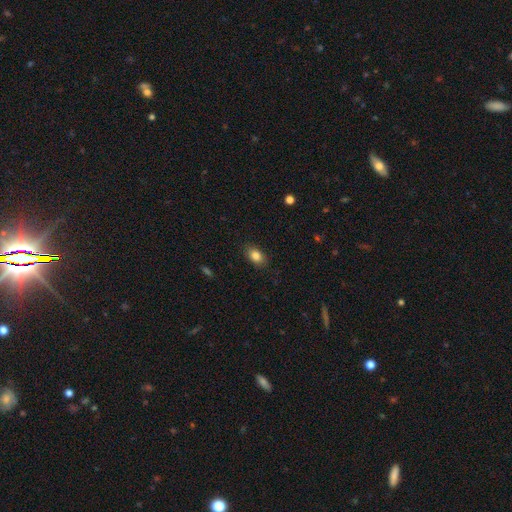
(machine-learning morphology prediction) The model was most divided on "how rounded": in between: 82%, round: 16%, cigar-shaped: 2%. More confident: merging — none (86%); smooth or featured — smooth (84%).